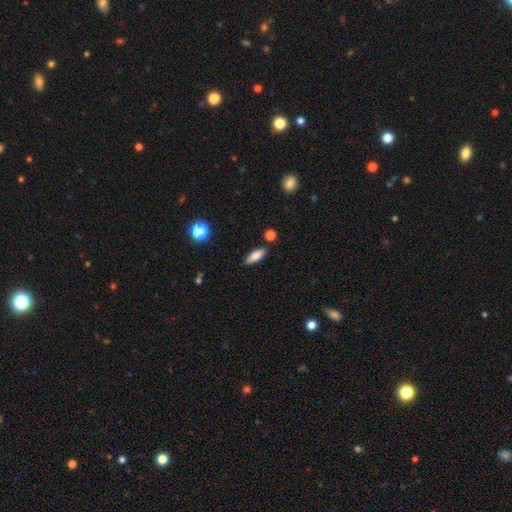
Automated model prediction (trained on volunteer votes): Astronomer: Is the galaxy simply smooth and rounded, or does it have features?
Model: smooth — 79%.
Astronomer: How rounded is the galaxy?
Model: in between — 60% (runner-up: cigar-shaped, 37%).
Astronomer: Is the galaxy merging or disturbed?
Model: none — 83%.